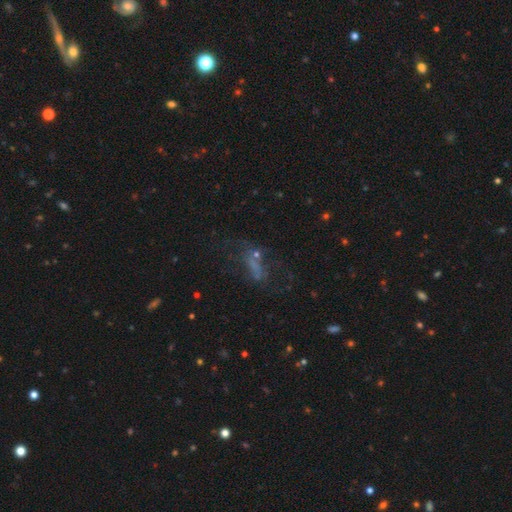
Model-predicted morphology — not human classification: A featured or disk galaxy (38%). Merging: none (41%).